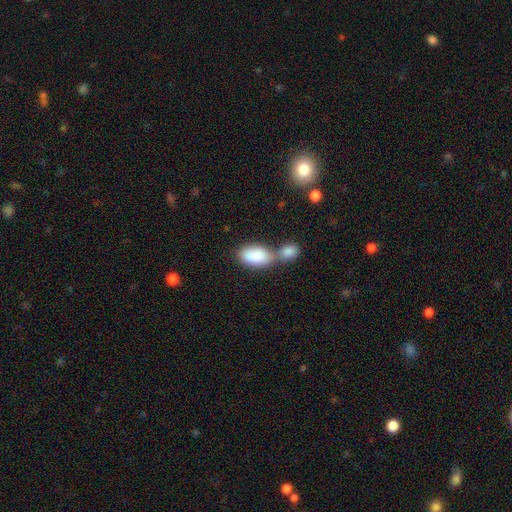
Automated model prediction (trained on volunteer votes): smooth-or-featured: smooth: 85% | featured or disk: 9% | star or artifact: 6%
  how-rounded: in between: 93% | round: 5% | cigar-shaped: 2%
  merging: merger: 58% | none: 26% | minor disturbance: 11% | major disturbance: 5%